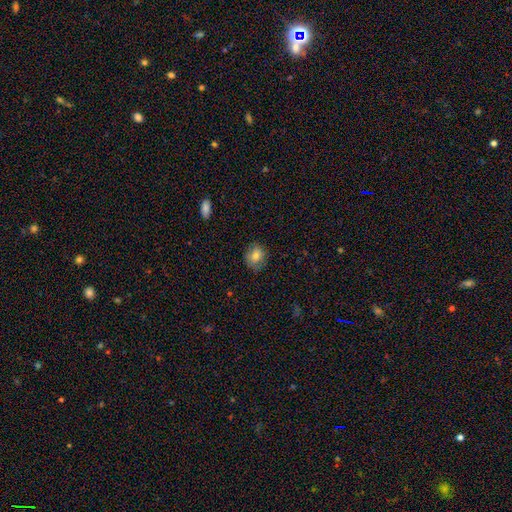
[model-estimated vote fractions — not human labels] smooth 76%, featured or disk 14%, star or artifact 9%. Down the decision tree: how rounded — round (66%); merging — none (78%).